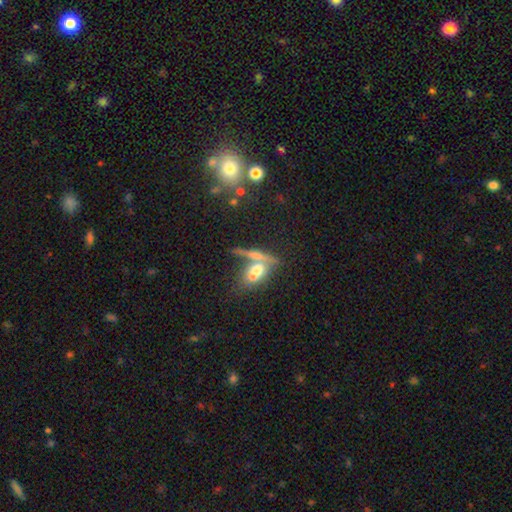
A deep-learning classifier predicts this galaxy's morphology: Smooth or featured: smooth — 49% (featured or disk — 36%)
Merging: merger — 42% (none — 39%)